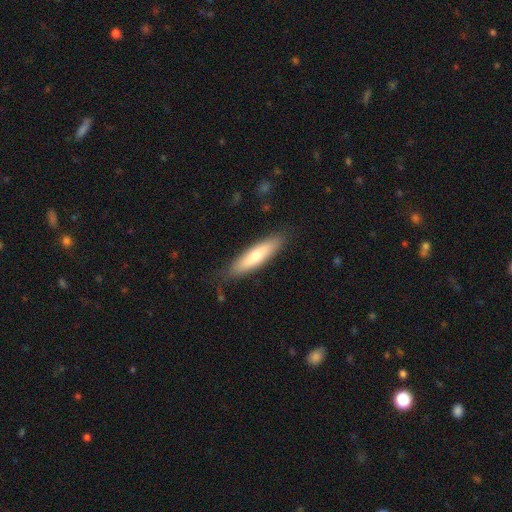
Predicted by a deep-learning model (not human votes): A smooth galaxy with no disk features (66%) that is cigar-shaped (74%).

Vote fractions:
- Smooth or featured? smooth: 66% / featured or disk: 29% / star or artifact: 5%
- How rounded? cigar-shaped: 74% / in between: 25% / round: 1%
- Merging? none: 83% / minor disturbance: 13% / major disturbance: 2% / merger: 1%